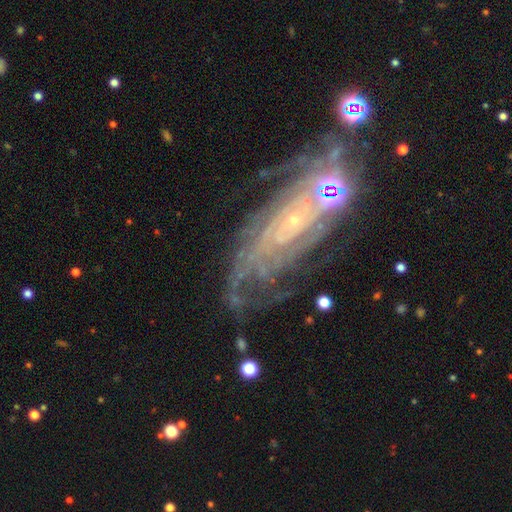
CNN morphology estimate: Q: Smooth or featured?
A: featured or disk (86%); runner-up: star or artifact (8%)
Q: Edge-on disk?
A: no (93%); runner-up: yes (7%)
Q: Bar?
A: no (70%); runner-up: weak (21%)
Q: Spiral arms?
A: yes (96%); runner-up: no (4%)
Q: Spiral winding?
A: tight (68%); runner-up: medium (25%)
Q: Spiral arm count?
A: can't tell (32%); runner-up: 4 (19%)
Q: Bulge size?
A: small (86%); runner-up: moderate (8%)
Q: Merging?
A: none (61%); runner-up: minor disturbance (20%)